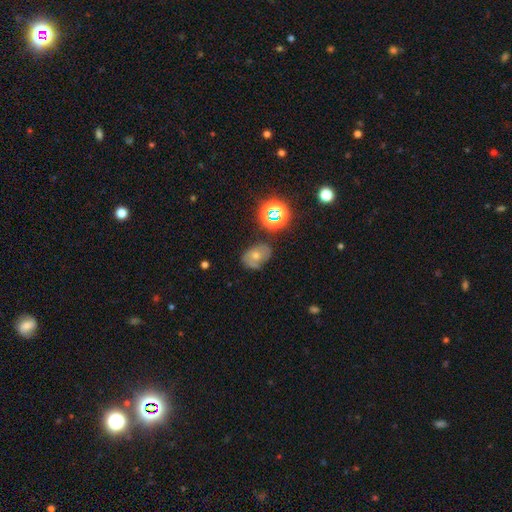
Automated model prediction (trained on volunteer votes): This is possibly a smooth galaxy (46%). Merging: likely none (60%).